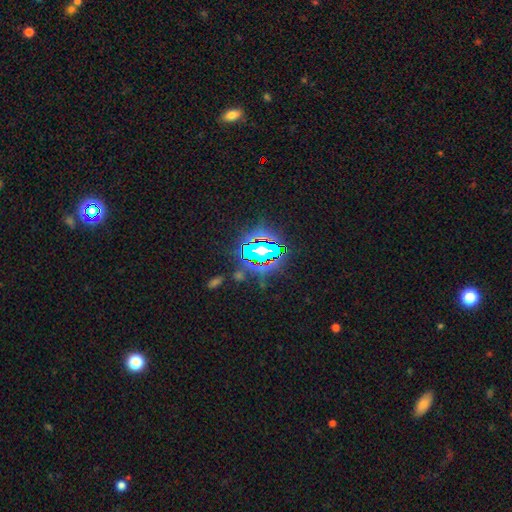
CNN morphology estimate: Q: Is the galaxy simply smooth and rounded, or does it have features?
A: star or artifact — 68%.